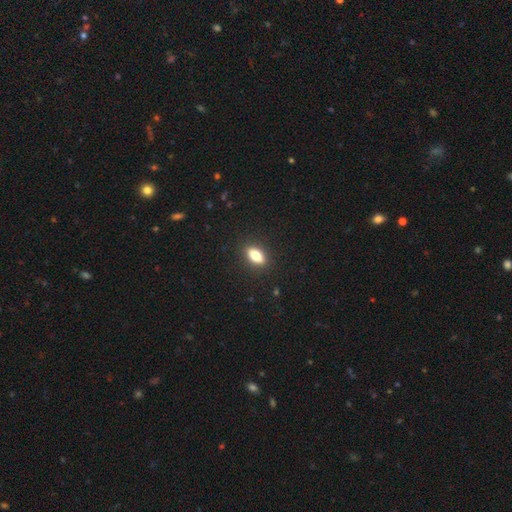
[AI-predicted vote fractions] A smooth galaxy with no disk features (78%) that is in between round and cigar-shaped (80%).

Vote fractions:
- Smooth or featured? smooth: 78% / featured or disk: 14% / star or artifact: 9%
- How rounded? in between: 80% / cigar-shaped: 12% / round: 7%
- Merging? none: 88% / minor disturbance: 8% / major disturbance: 2% / merger: 1%